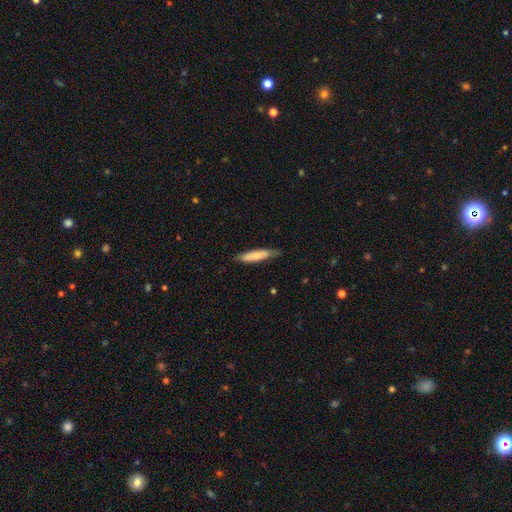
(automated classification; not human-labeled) smooth-or-featured: smooth: 74% | featured or disk: 20% | star or artifact: 5%
  how-rounded: cigar-shaped: 82% | in between: 16% | round: 1%
  merging: none: 78% | minor disturbance: 18% | major disturbance: 3% | merger: 1%